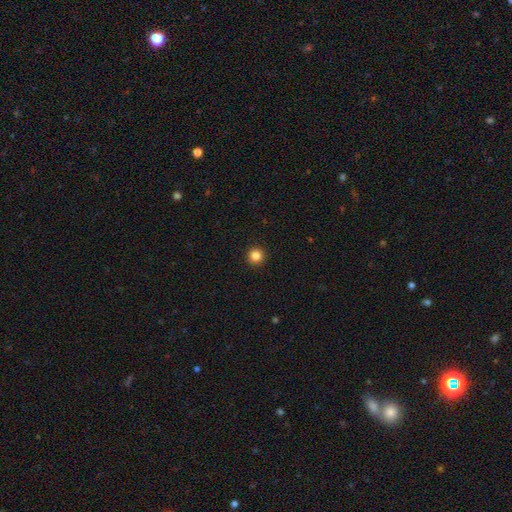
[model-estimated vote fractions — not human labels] This is clearly a smooth galaxy (85%). How rounded: clearly round (96%). Merging: clearly none (93%).